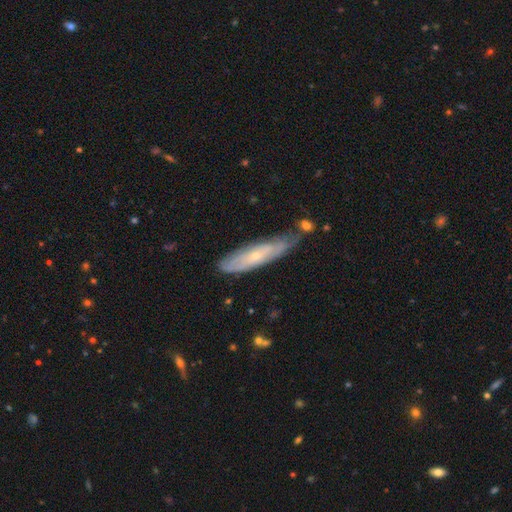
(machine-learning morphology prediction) Smooth or featured? featured or disk (57%)
Edge-on disk? no (60%)
Merging? none (61%)